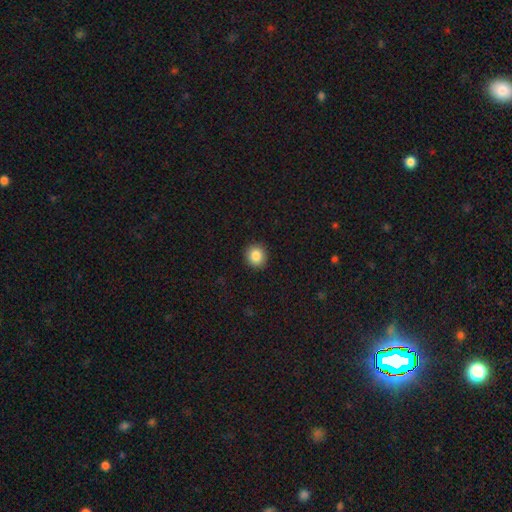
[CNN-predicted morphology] Smooth or featured?
  - smooth: 86% *
  - star or artifact: 9%
  - featured or disk: 5%
How rounded?
  - round: 89% *
  - in between: 11%
  - cigar-shaped: 1%
Merging?
  - none: 92% *
  - minor disturbance: 5%
  - major disturbance: 2%
  - merger: 1%